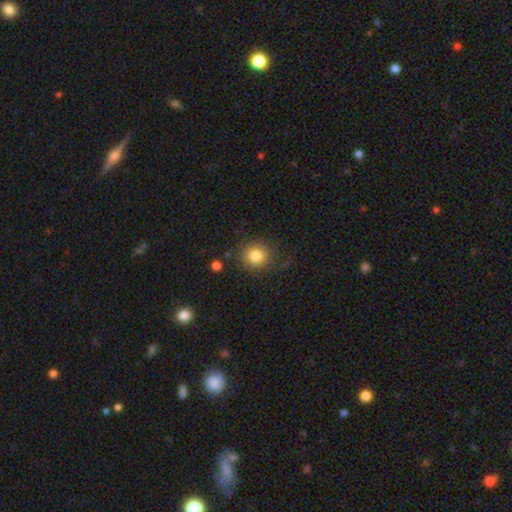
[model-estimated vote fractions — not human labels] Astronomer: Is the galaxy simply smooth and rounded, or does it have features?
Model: smooth — 82%.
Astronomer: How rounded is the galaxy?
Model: round — 87%.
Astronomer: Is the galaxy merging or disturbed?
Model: none — 82%.